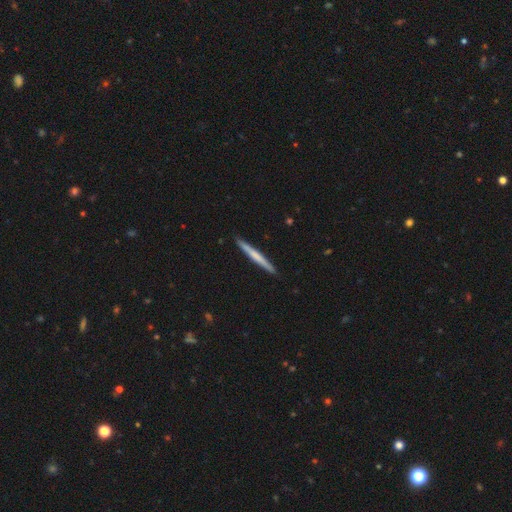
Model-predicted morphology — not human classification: Overall: smooth (53%; featured or disk 42%). How rounded: cigar-shaped (97%). Merging: none (92%).